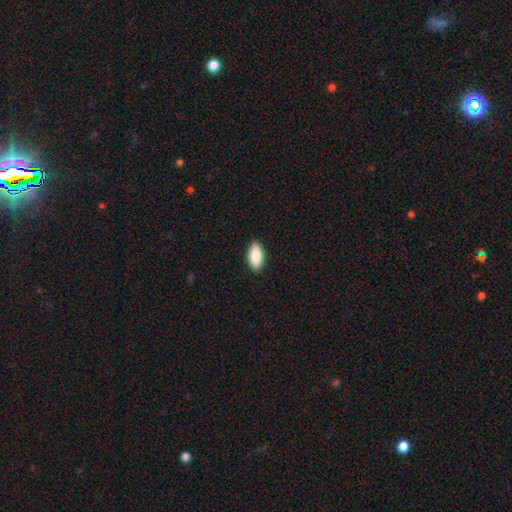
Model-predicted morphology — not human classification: Smooth or featured: smooth — 88% (featured or disk — 6%)
How rounded: in between — 91% (cigar-shaped — 7%)
Merging: none — 90% (minor disturbance — 8%)